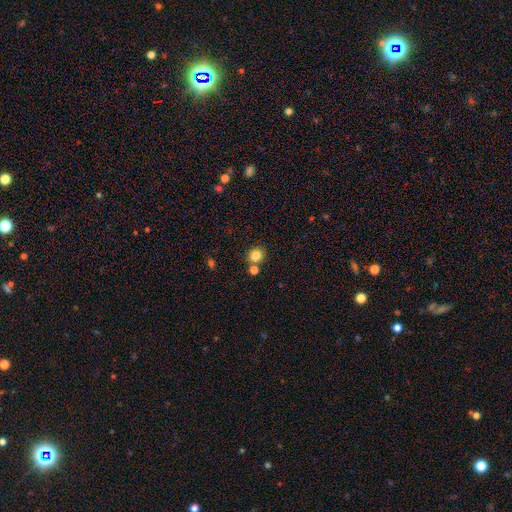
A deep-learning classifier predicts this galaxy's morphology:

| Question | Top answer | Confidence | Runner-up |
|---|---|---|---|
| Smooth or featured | smooth | 82% | star or artifact (12%) |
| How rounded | round | 84% | in between (15%) |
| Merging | none | 75% | merger (15%) |